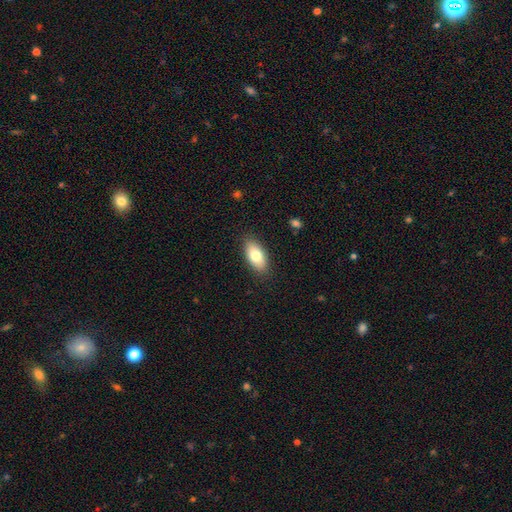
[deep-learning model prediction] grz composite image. It shows a smooth galaxy with no disk features (79%) that is in between round and cigar-shaped (91%). Merging: none (87%).